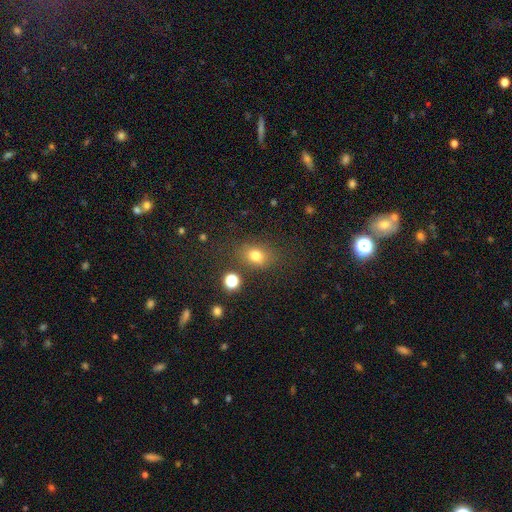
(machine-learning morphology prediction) smooth-or-featured: smooth: 76% | star or artifact: 15% | featured or disk: 9%
  how-rounded: in between: 55% | round: 43% | cigar-shaped: 1%
  merging: none: 77% | minor disturbance: 13% | major disturbance: 5% | merger: 5%